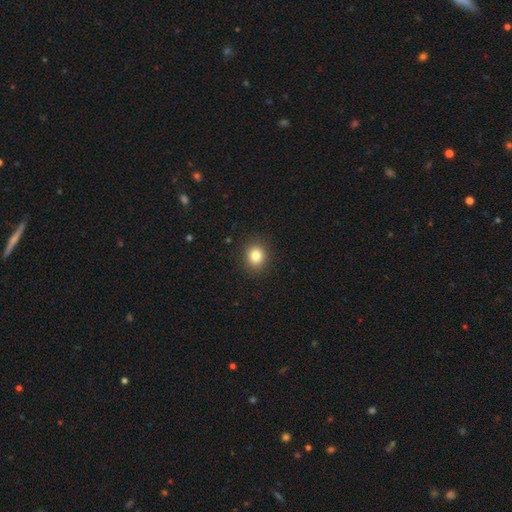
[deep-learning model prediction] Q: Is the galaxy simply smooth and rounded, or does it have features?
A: smooth — 83%.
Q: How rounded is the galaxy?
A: round — 75%.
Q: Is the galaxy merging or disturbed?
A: none — 90%.